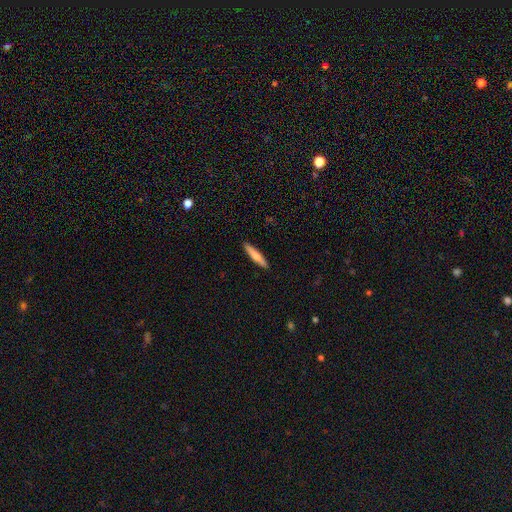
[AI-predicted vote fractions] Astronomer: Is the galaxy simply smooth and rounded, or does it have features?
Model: smooth — 67%.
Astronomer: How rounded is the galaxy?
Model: cigar-shaped — 90%.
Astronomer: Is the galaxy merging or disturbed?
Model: none — 90%.